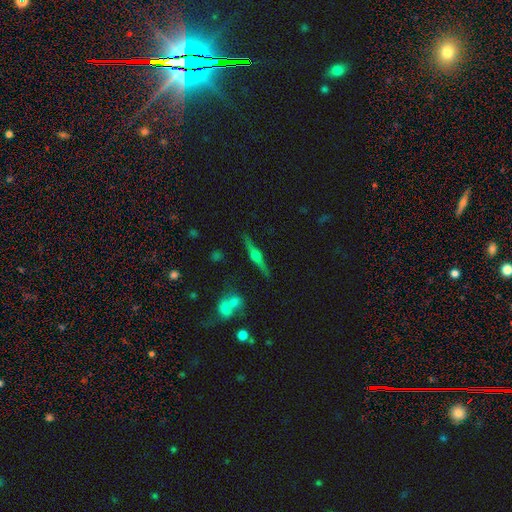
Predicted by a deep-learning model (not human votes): A featured or disk galaxy (78%) viewed edge-on (98%) with a rounded central bulge (91%). Merging: none (87%).